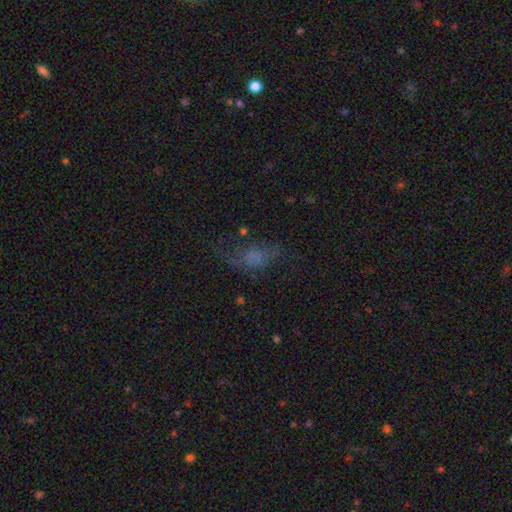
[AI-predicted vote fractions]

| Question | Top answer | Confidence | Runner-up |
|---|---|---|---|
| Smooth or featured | smooth | 37% | star or artifact (33%) |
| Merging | none | 57% | major disturbance (21%) |